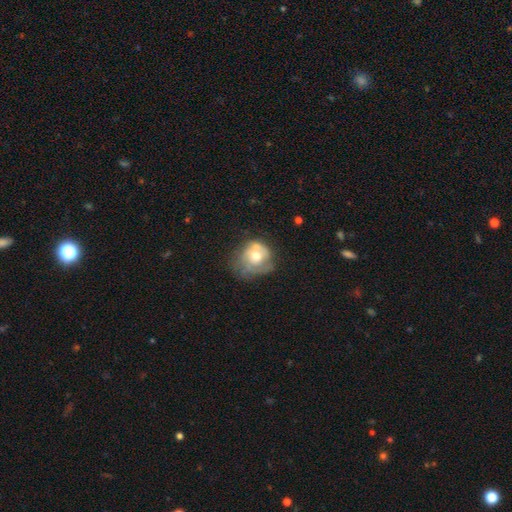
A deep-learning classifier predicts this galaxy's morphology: type=featured or disk (47%); merging=none (37%).